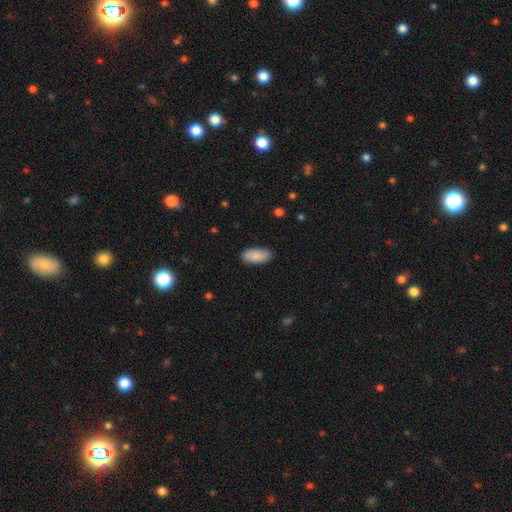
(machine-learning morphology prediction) Q: Smooth or featured?
A: smooth (88%); runner-up: star or artifact (6%)
Q: How rounded?
A: in between (89%); runner-up: cigar-shaped (9%)
Q: Merging?
A: none (87%); runner-up: minor disturbance (10%)